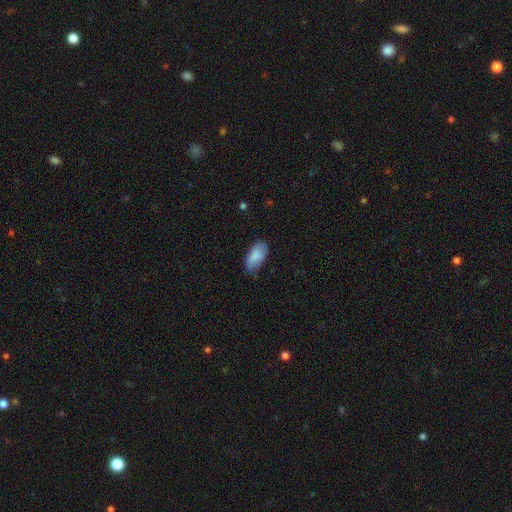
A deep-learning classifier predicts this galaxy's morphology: Smooth or featured: smooth — 83% (featured or disk — 10%)
How rounded: in between — 94% (cigar-shaped — 3%)
Merging: none — 63% (minor disturbance — 30%)